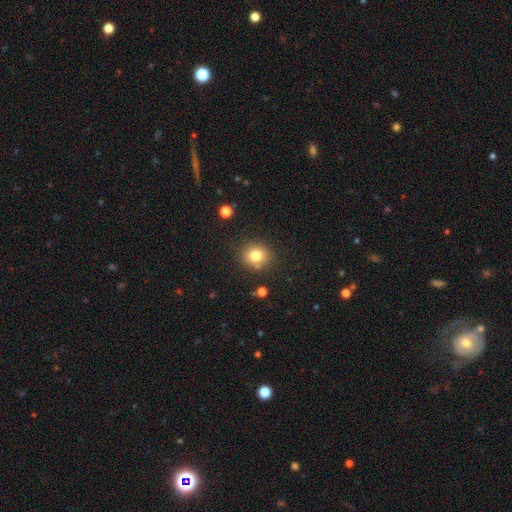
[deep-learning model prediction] Overall: smooth (79%). How rounded: round (83%). Merging: none (83%).